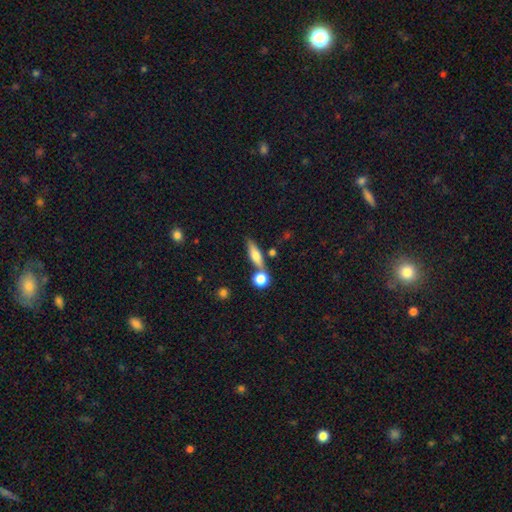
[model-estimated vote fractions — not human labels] smooth_or_featured: smooth (p=0.63) [alt: featured or disk p=0.28]
how_rounded: cigar-shaped (p=0.50) [alt: in between p=0.43]
merging: none (p=0.65) [alt: merger p=0.19]